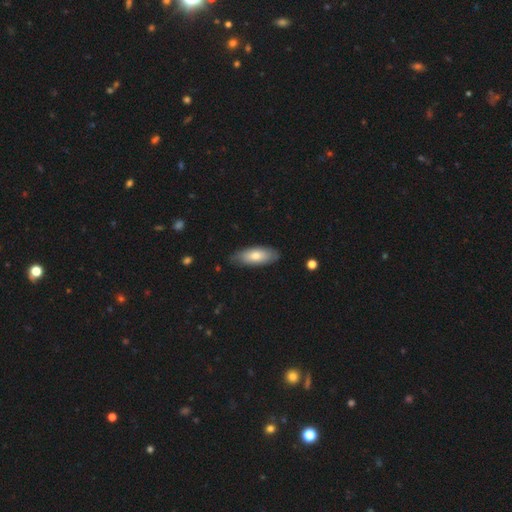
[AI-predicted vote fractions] smooth_or_featured: smooth (p=0.72) [alt: featured or disk p=0.22]
how_rounded: in between (p=0.79) [alt: cigar-shaped p=0.19]
merging: none (p=0.81) [alt: minor disturbance p=0.15]